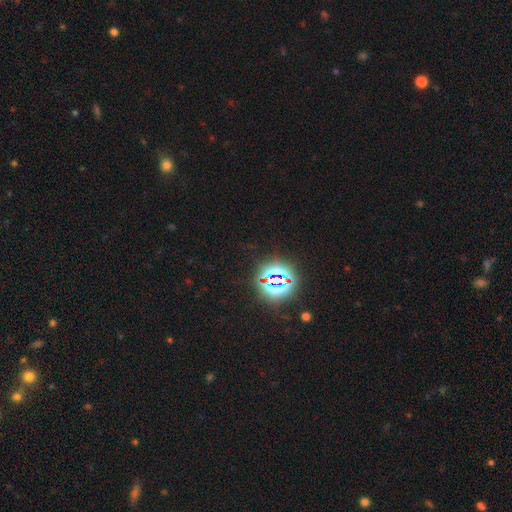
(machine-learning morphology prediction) star or artifact 80%, smooth 13%, featured or disk 7%.